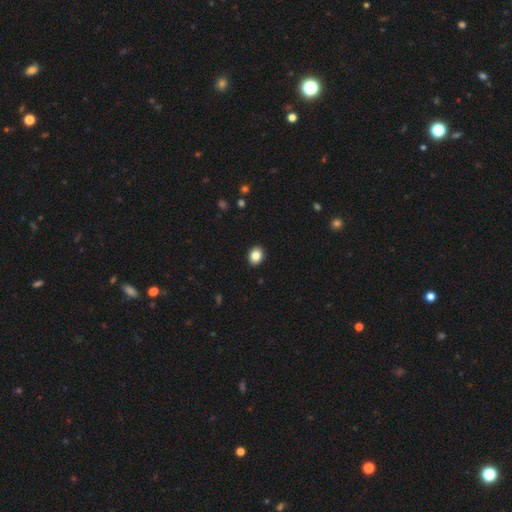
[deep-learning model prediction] Morphology: type=smooth (85%); roundness=in between (52%); merging=none (91%).